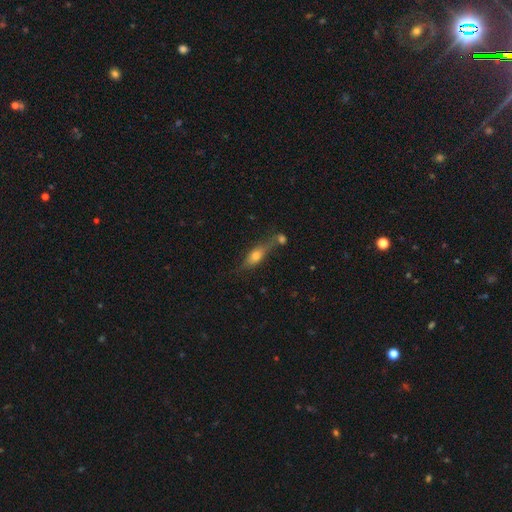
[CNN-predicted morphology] Overall: smooth (54%; featured or disk 36%). How rounded: in between (51%; cigar-shaped 43%). Merging: none (47%; merger 26%).